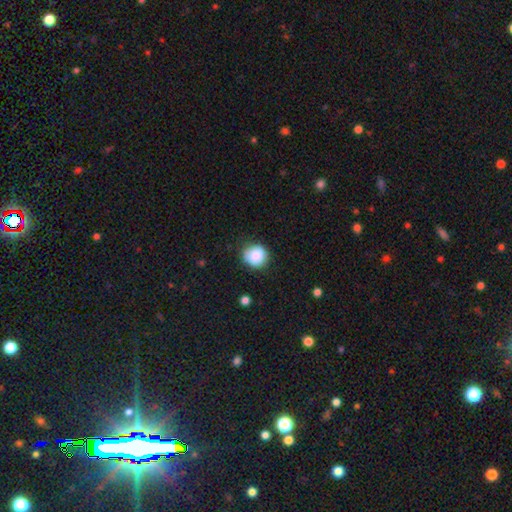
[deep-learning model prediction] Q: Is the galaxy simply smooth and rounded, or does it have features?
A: smooth — 86%.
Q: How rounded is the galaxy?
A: round — 90%.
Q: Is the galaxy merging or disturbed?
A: none — 83%.